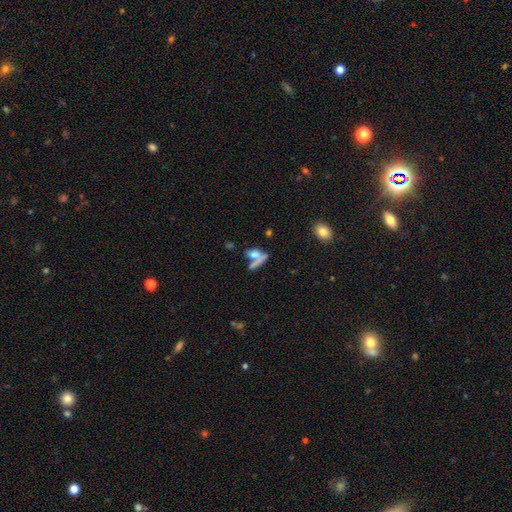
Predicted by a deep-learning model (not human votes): Morphology: type=smooth (63%); roundness=in between (54%); merging=merger (48%).